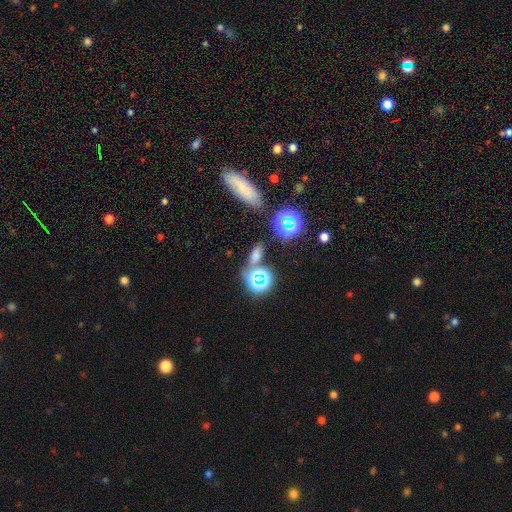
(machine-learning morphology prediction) This appears to be a smooth galaxy with no disk features (57%) that is in between round and cigar-shaped (74%). Merging: none (73%).